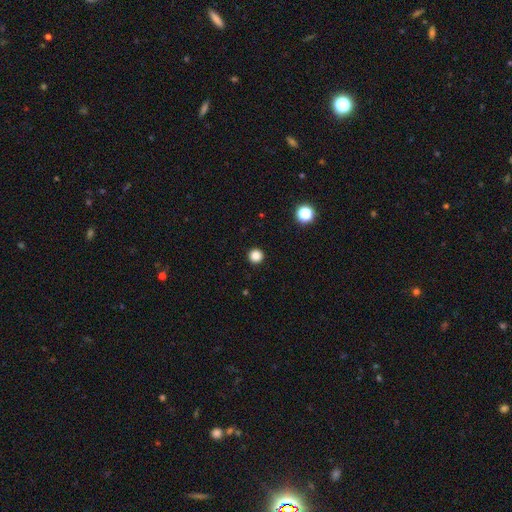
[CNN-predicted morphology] Smooth or featured: smooth — 86% (star or artifact — 12%)
How rounded: round — 96% (in between — 3%)
Merging: none — 94% (minor disturbance — 4%)